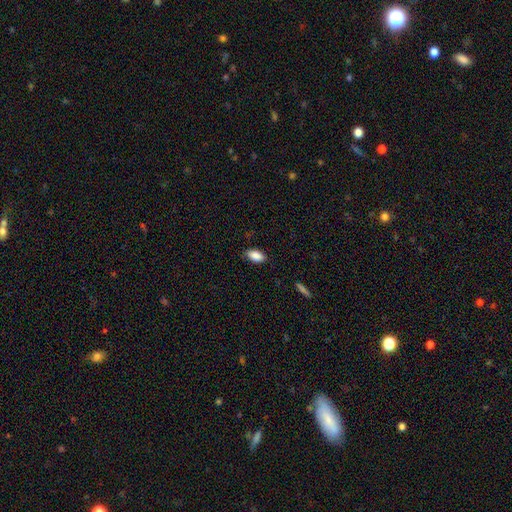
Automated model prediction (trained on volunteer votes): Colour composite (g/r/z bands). It shows a smooth galaxy with no disk features (87%) that is in between round and cigar-shaped (91%). Merging: none (82%).